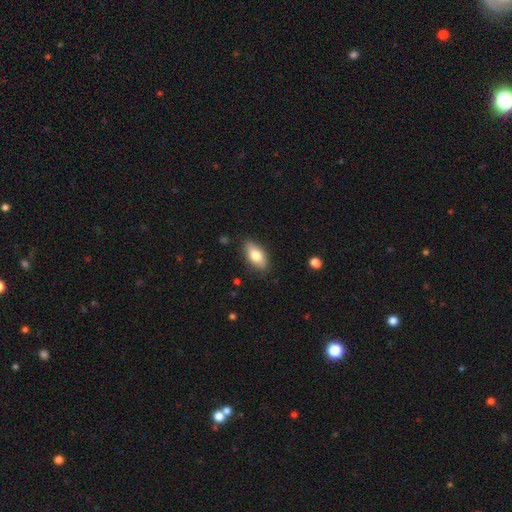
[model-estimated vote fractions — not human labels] This is likely a smooth galaxy (75%). How rounded: clearly in between (87%). Merging: clearly none (84%).